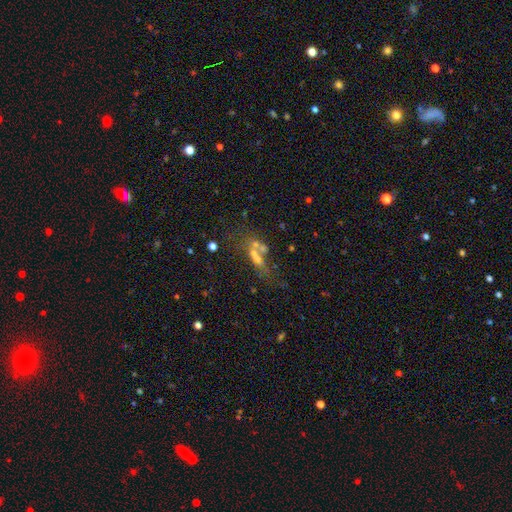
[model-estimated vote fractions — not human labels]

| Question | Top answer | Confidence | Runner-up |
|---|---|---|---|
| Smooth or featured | featured or disk | 39% | smooth (34%) |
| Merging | merger | 37% | none (34%) |